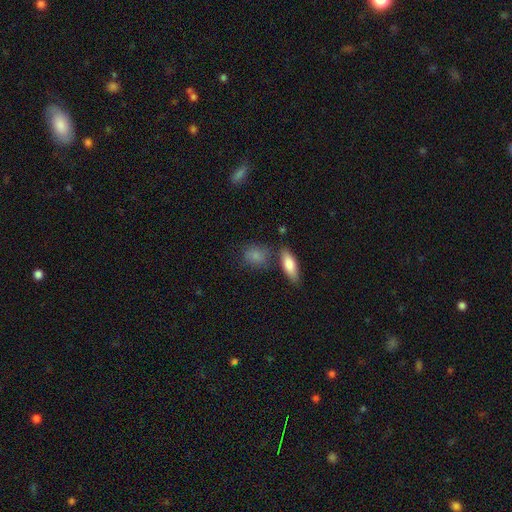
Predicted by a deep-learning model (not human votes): This appears to be a smooth galaxy with no disk features (83%) that is in between round and cigar-shaped (53%). Merging: none (66%).